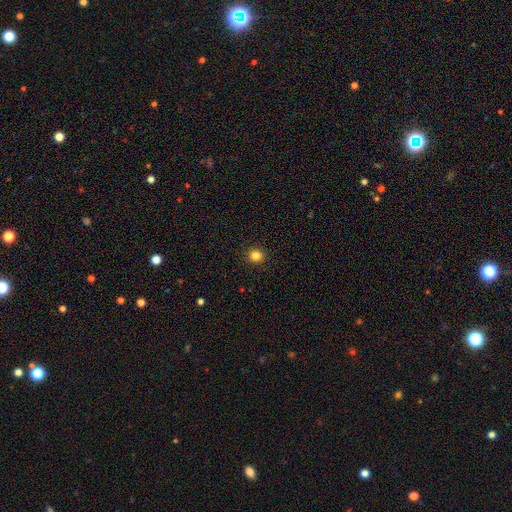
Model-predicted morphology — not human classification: Smooth or featured: smooth — 83% (star or artifact — 13%)
How rounded: round — 93% (in between — 6%)
Merging: none — 93% (minor disturbance — 5%)